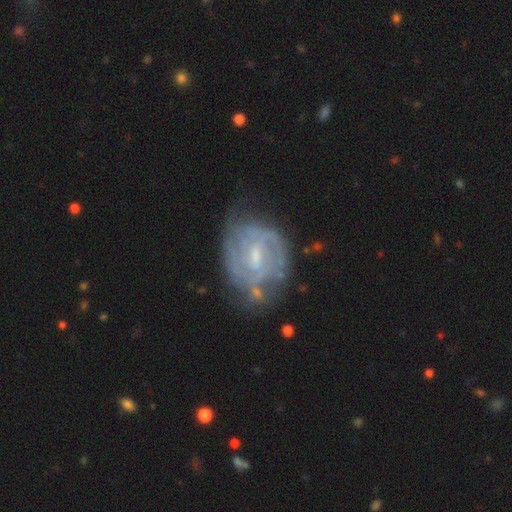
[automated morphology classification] smooth-or-featured: featured or disk: 81% | smooth: 12% | star or artifact: 6%
  disk-edge-on: no: 97% | yes: 3%
    bar: weak: 62% | no: 20% | strong: 18%
    has-spiral-arms: yes: 87% | no: 13%
      spiral-winding: tight: 52% | medium: 37% | loose: 11%
      spiral-arm-count: 2: 46% | can't tell: 33% | 3: 10% | 1: 4% | 4: 3% | more than 4: 3%
    bulge-size: small: 58% | moderate: 32% | none: 8% | large: 1% | dominant: 1%
  merging: none: 59% | minor disturbance: 24% | major disturbance: 12% | merger: 5%